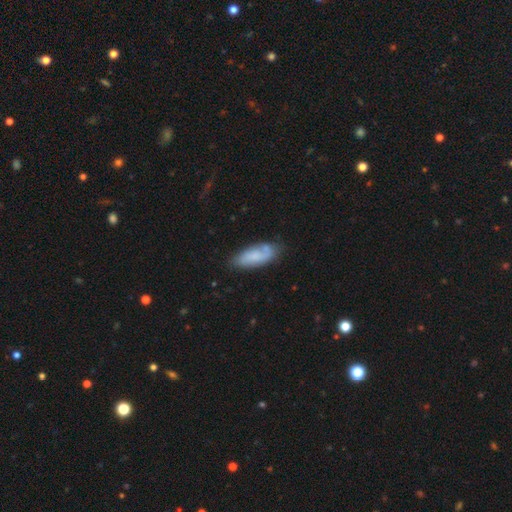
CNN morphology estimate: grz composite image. It shows a smooth galaxy with no disk features (60%) that is in between round and cigar-shaped (78%). Merging: none (66%).